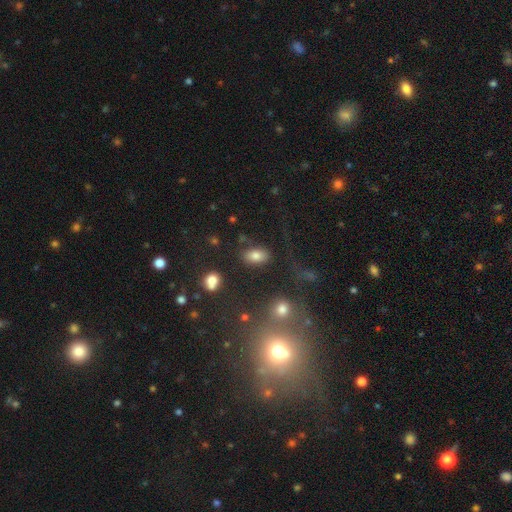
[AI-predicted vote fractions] Q: Smooth or featured?
A: smooth (80%); runner-up: star or artifact (10%)
Q: How rounded?
A: in between (88%); runner-up: round (10%)
Q: Merging?
A: none (78%); runner-up: minor disturbance (12%)